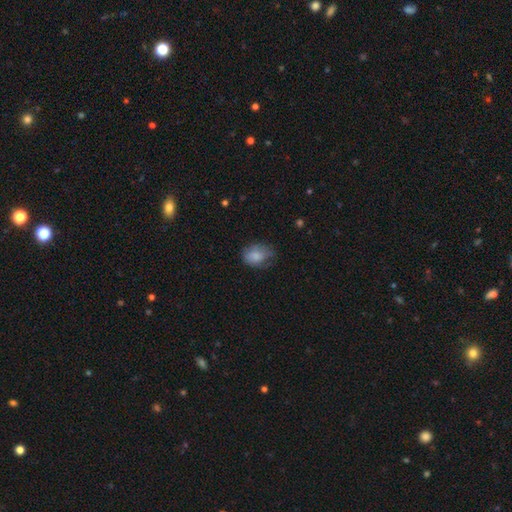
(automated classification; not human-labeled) Q: Smooth or featured?
A: smooth (77%); runner-up: featured or disk (15%)
Q: How rounded?
A: in between (70%); runner-up: round (29%)
Q: Merging?
A: none (51%); runner-up: minor disturbance (34%)